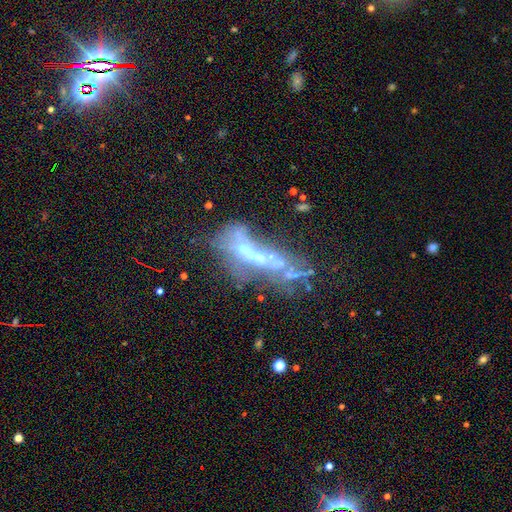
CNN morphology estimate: Smooth or featured? featured or disk (61%)
Edge-on disk? no (84%)
Bar? no (82%)
Spiral arms? no (91%)
Bulge size? moderate (35%)
Merging? merger (47%)